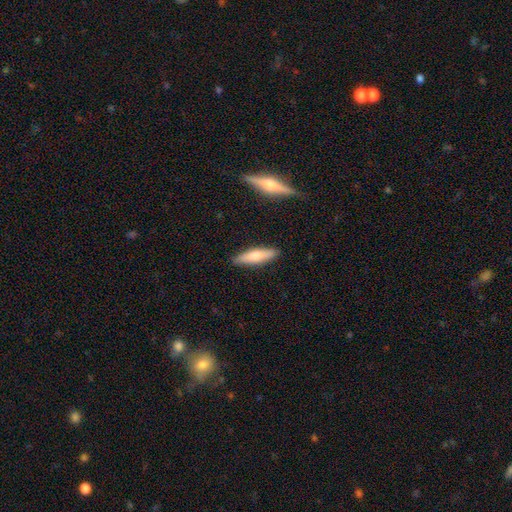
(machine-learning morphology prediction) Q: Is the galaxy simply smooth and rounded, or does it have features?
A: smooth — 70%.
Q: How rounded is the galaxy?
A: cigar-shaped — 68%.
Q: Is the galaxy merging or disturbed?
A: none — 88%.